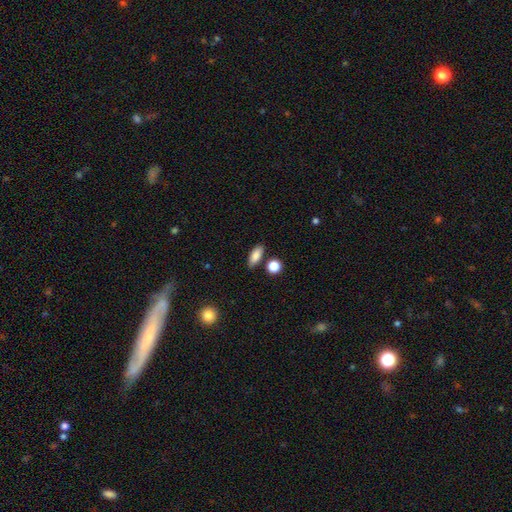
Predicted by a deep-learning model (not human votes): Smooth or featured: smooth — 85% (featured or disk — 8%)
How rounded: in between — 77% (cigar-shaped — 18%)
Merging: none — 82% (minor disturbance — 10%)